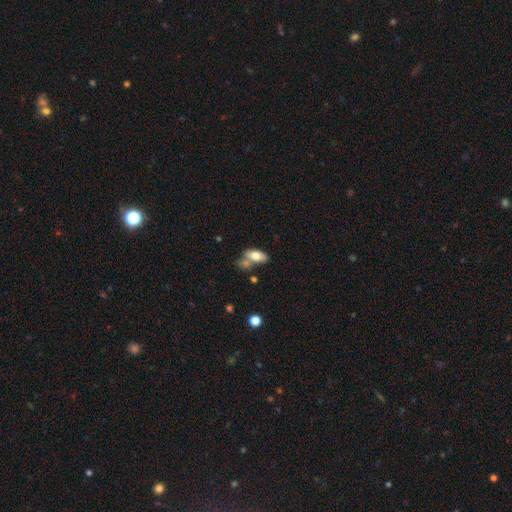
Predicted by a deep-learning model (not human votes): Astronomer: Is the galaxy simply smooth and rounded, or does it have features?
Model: smooth — 69%.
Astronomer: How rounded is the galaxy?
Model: in between — 87%.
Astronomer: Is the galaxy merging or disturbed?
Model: none — 41% (runner-up: merger, 31%).